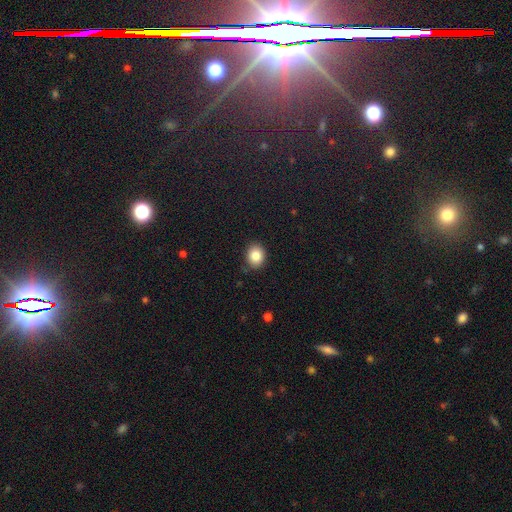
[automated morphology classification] Smooth or featured? Predicted: smooth (p=0.85). How rounded? Predicted: round (p=0.54). Merging? Predicted: none (p=0.83).